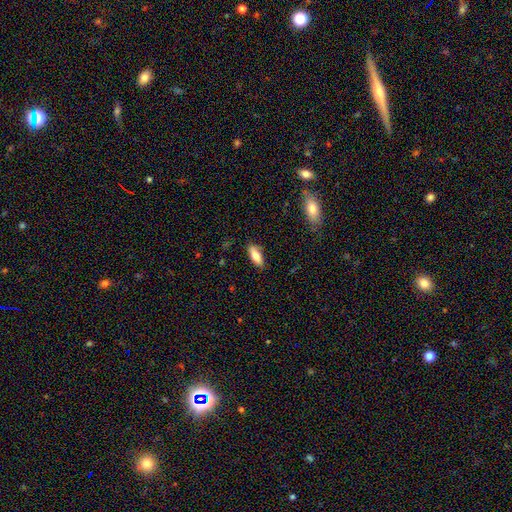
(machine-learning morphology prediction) smooth_or_featured: smooth (p=0.76) [alt: featured or disk p=0.18]
how_rounded: in between (p=0.73) [alt: cigar-shaped p=0.25]
merging: none (p=0.84) [alt: minor disturbance p=0.12]